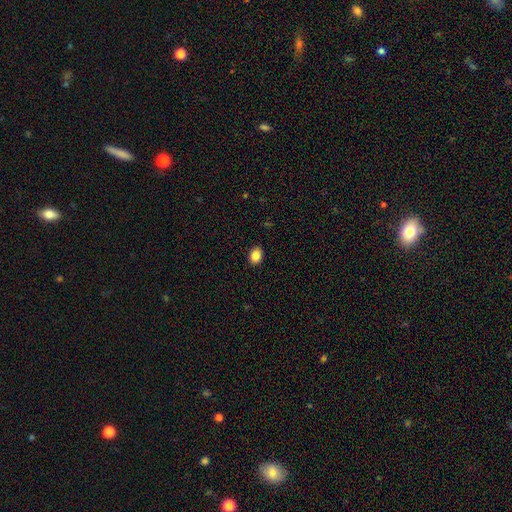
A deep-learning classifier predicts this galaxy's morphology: Smooth or featured? Predicted: smooth (p=0.86). How rounded? Predicted: in between (p=0.60). Merging? Predicted: none (p=0.90).